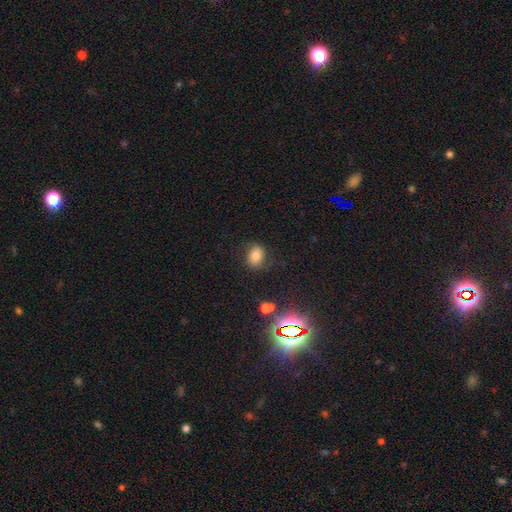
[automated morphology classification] Smooth or featured: smooth — 72% (star or artifact — 14%)
How rounded: in between — 65% (round — 34%)
Merging: none — 75% (minor disturbance — 16%)